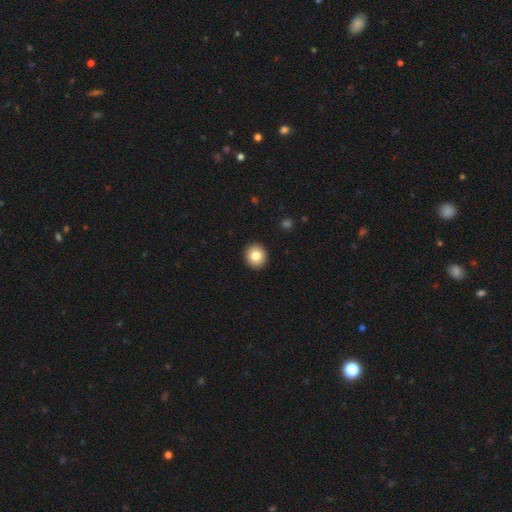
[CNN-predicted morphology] This is clearly a smooth galaxy (83%). How rounded: clearly round (90%). Merging: clearly none (93%).